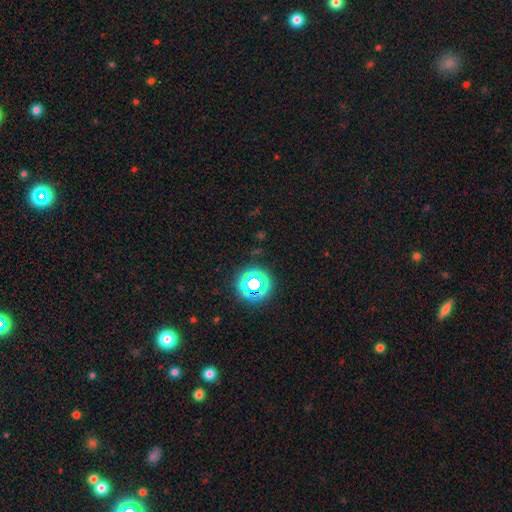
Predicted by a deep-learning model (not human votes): smooth_or_featured: star or artifact (p=0.71) [alt: smooth p=0.21]